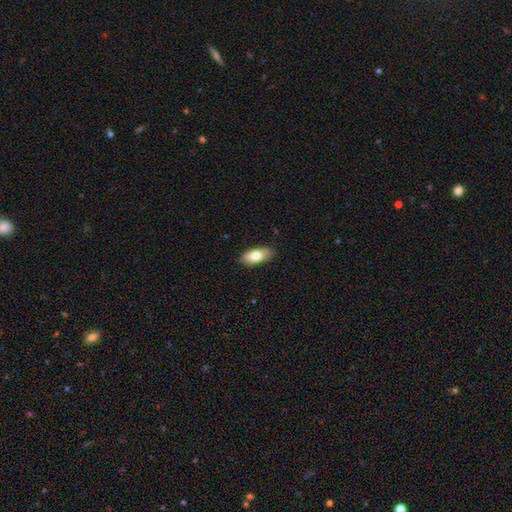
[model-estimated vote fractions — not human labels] This is likely a smooth galaxy (76%). How rounded: clearly in between (88%). Merging: clearly none (85%).